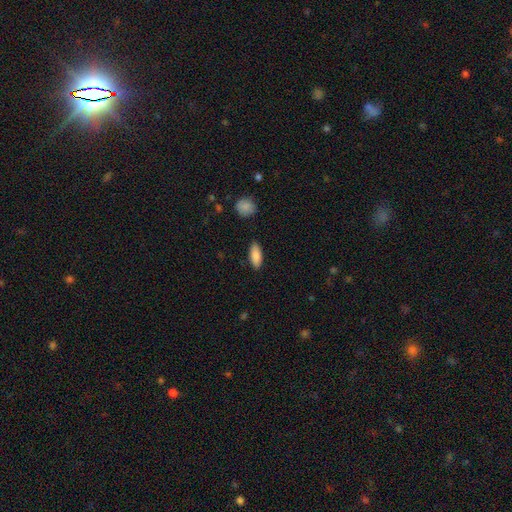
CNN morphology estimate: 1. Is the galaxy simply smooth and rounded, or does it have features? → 85% smooth, 8% featured or disk, 7% star or artifact.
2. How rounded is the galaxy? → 78% in between, 20% cigar-shaped, 2% round.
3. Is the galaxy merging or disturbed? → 86% none, 10% minor disturbance, 2% major disturbance, 2% merger.